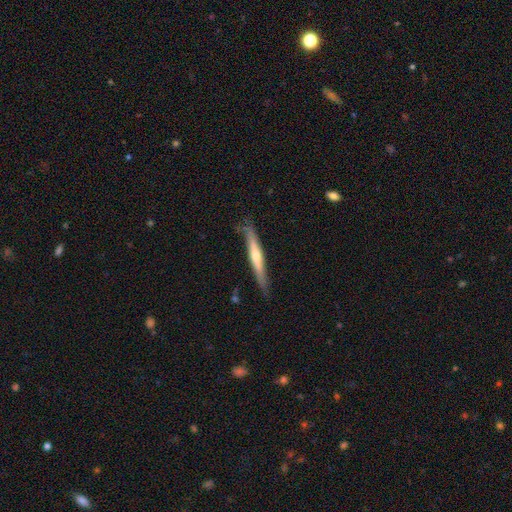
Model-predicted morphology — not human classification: Overall: featured or disk (59%; smooth 36%). Edge-on disk: yes (94%). Edge-on bulge: rounded (74%). Merging: none (81%).